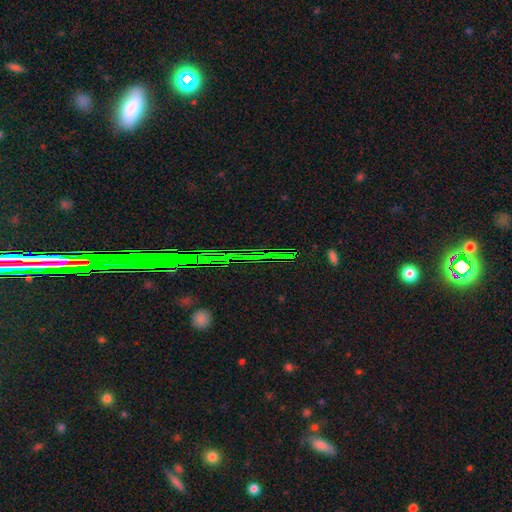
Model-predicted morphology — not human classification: This appears to be a star or artifact, not a galaxy (75%).